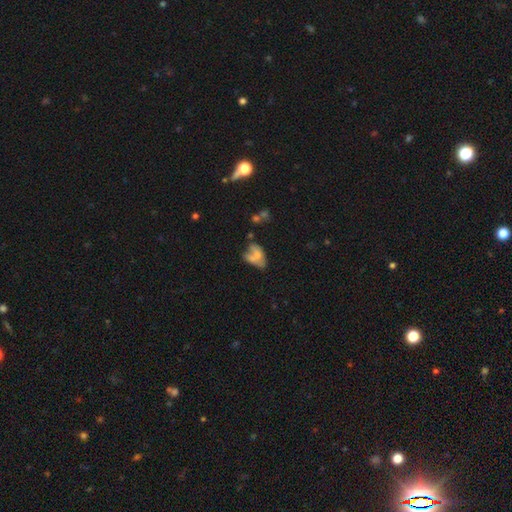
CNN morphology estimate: smooth 55%, featured or disk 33%, star or artifact 12%. Down the decision tree: how rounded — in between (85%); merging — merger (42%).